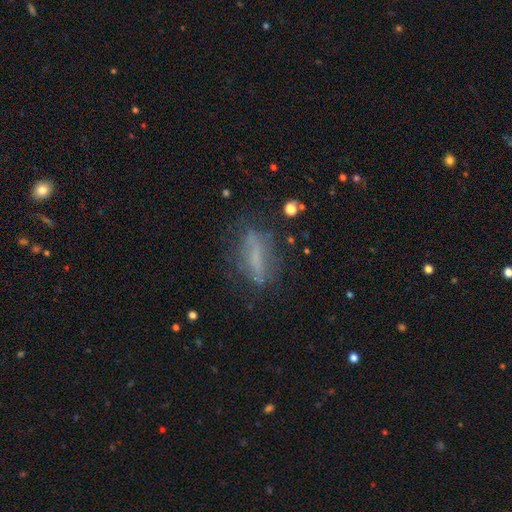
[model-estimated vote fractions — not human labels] Overall: smooth (43%, tied with featured or disk). Merging: none (66%).